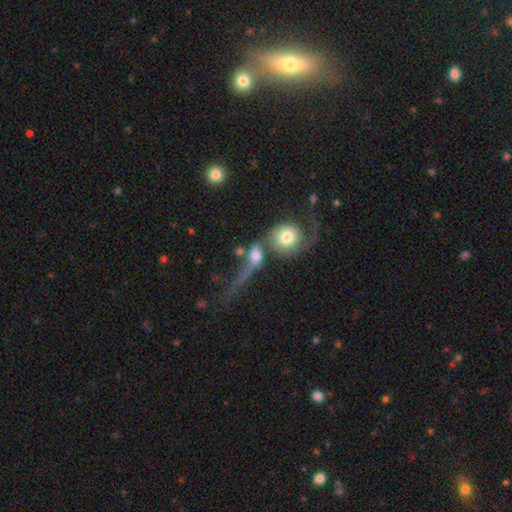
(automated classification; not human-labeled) A smooth galaxy with no disk features (48%).

Vote fractions:
- Smooth or featured? smooth: 48% / featured or disk: 42% / star or artifact: 10%
- Merging? merger: 54% / major disturbance: 20% / none: 17% / minor disturbance: 9%